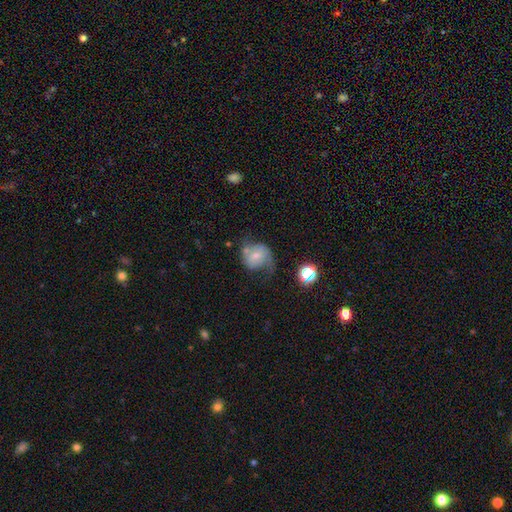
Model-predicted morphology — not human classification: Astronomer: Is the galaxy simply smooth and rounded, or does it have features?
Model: featured or disk — 58%.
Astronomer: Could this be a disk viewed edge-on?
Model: no — 97%.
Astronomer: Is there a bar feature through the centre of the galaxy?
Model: no — 64%.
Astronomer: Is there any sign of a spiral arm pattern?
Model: yes — 83%.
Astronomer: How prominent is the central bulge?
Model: small — 49% (runner-up: moderate, 42%).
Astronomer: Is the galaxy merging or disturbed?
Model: none — 44% (runner-up: minor disturbance, 26%).